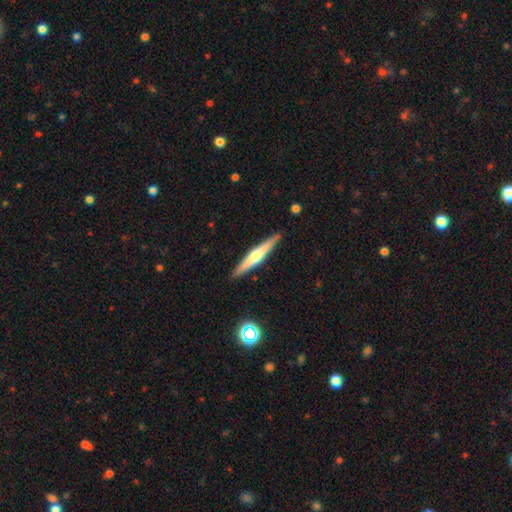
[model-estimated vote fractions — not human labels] Smooth or featured? Predicted: featured or disk (p=0.62). Edge-on disk? Predicted: yes (p=0.97). Edge-on bulge? Predicted: rounded (p=0.83). Merging? Predicted: none (p=0.90).